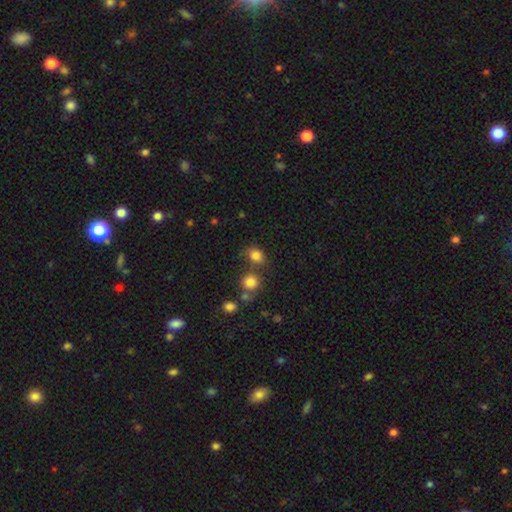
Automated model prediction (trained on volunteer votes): smooth_or_featured: smooth (p=0.81) [alt: star or artifact p=0.12]
how_rounded: round (p=0.52) [alt: in between p=0.47]
merging: none (p=0.56) [alt: merger p=0.20]